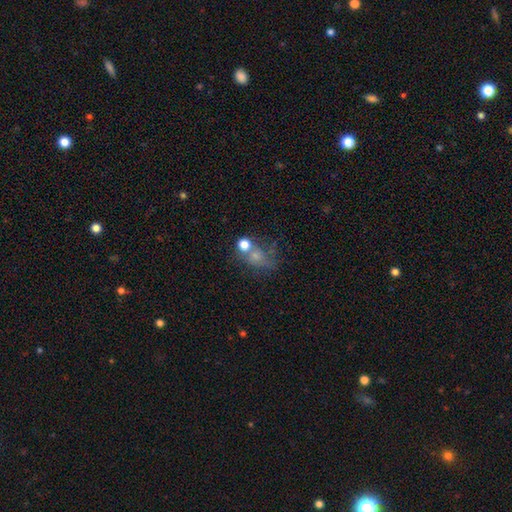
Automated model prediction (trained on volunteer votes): Morphology: type=smooth (54%); roundness=round (57%); merging=none (34%).